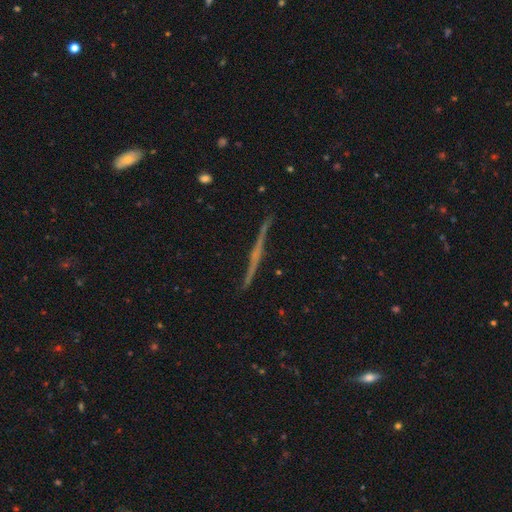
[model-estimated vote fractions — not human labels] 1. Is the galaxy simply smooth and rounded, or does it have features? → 75% featured or disk, 17% smooth, 7% star or artifact.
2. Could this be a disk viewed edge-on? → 98% yes, 2% no.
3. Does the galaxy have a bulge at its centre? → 60% none, 29% rounded, 11% boxy.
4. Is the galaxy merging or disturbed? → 90% none, 7% minor disturbance, 2% major disturbance, 1% merger.